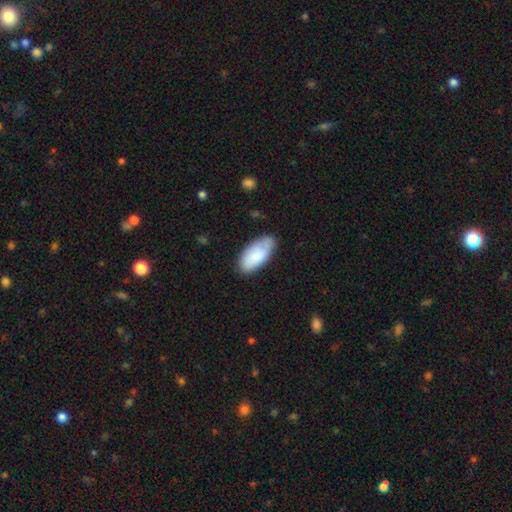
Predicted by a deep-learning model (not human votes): Smooth or featured? Predicted: smooth (p=0.79). How rounded? Predicted: in between (p=0.92). Merging? Predicted: none (p=0.75).